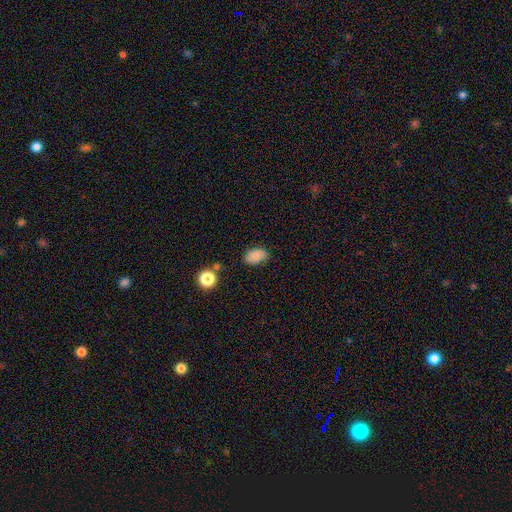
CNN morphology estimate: Overall: smooth (83%). How rounded: in between (88%). Merging: none (78%).